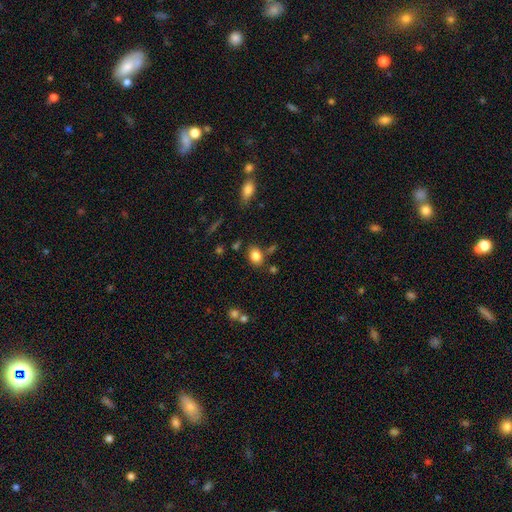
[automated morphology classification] Smooth or featured? Predicted: smooth (p=0.84). How rounded? Predicted: in between (p=0.70). Merging? Predicted: none (p=0.75).